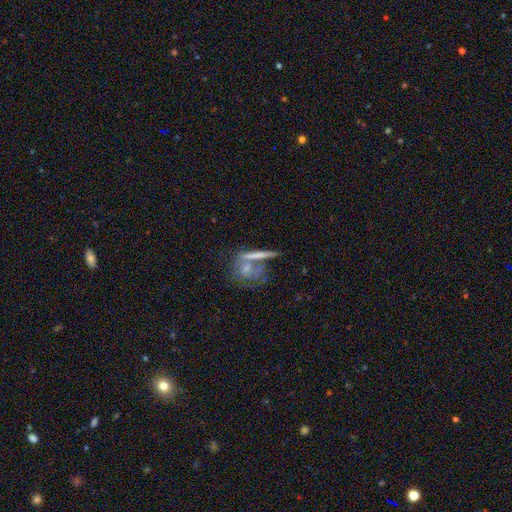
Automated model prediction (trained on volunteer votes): Smooth or featured?
  - smooth: 50% *
  - featured or disk: 40%
  - star or artifact: 10%
Merging?
  - none: 45% *
  - merger: 38%
  - minor disturbance: 11%
  - major disturbance: 6%